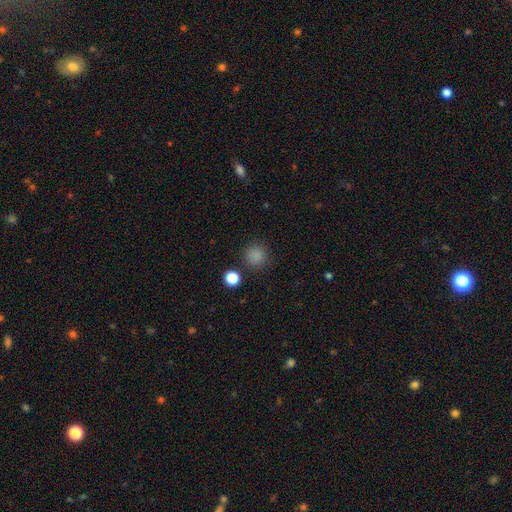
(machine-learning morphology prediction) Overall: smooth (83%). How rounded: round (93%). Merging: none (86%).